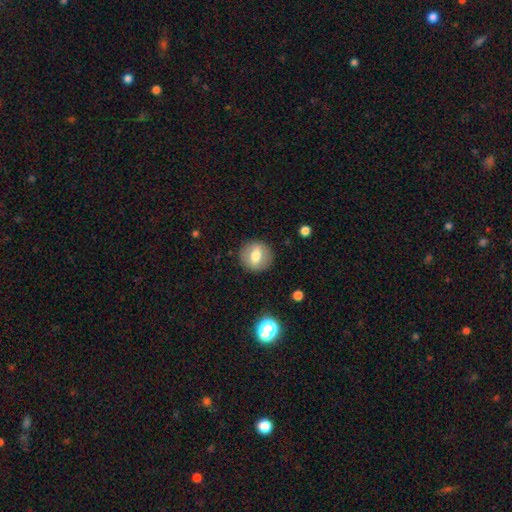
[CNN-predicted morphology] Overall: smooth (62%; featured or disk 29%). How rounded: round (83%). Merging: none (88%).